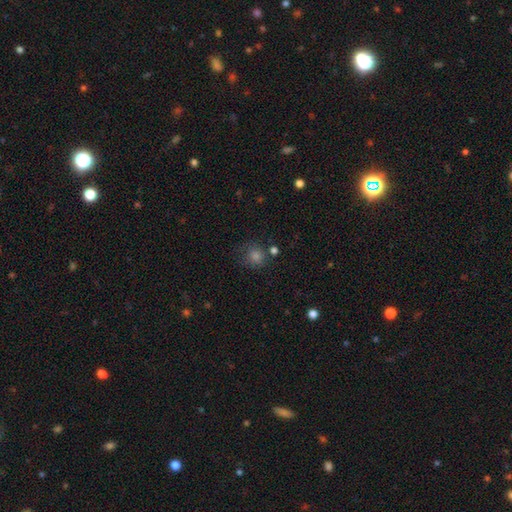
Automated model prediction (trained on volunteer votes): This appears to be a smooth galaxy with no disk features (67%) that is round (88%). Merging: none (74%).